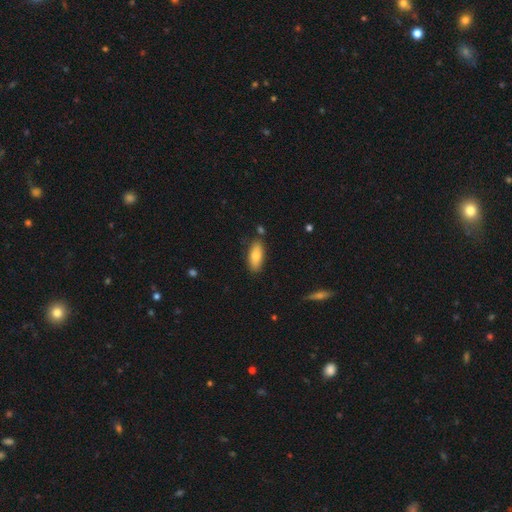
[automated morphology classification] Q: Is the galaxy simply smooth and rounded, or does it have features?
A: smooth — 77%.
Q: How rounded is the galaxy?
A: in between — 79%.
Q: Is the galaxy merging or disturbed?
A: none — 81%.